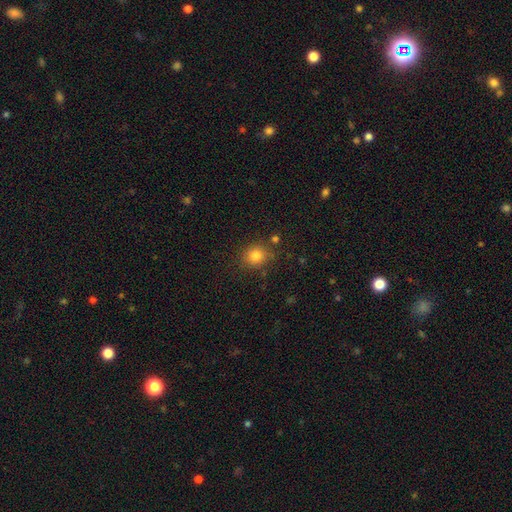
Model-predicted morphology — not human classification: smooth 82%, star or artifact 12%, featured or disk 6%. Down the decision tree: how rounded — round (78%); merging — none (80%).